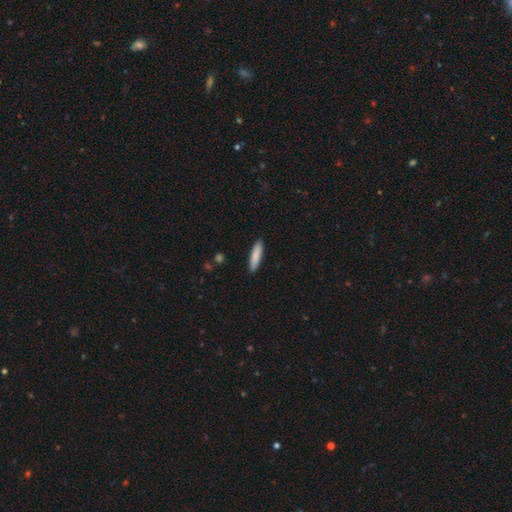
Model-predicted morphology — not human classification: smooth_or_featured: smooth (p=0.86) [alt: featured or disk p=0.08]
how_rounded: cigar-shaped (p=0.79) [alt: in between p=0.20]
merging: none (p=0.91) [alt: minor disturbance p=0.07]